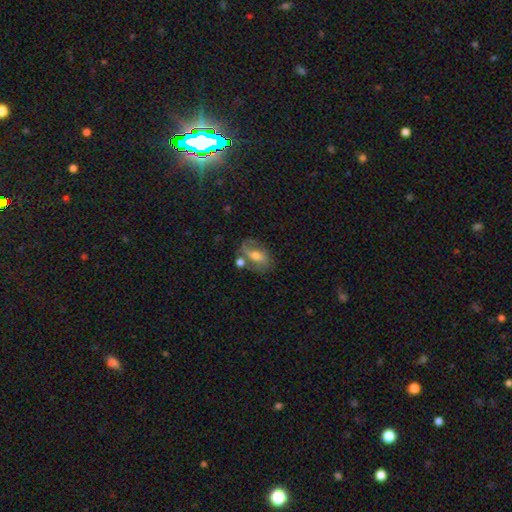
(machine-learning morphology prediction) A featured or disk galaxy (48%).

Vote fractions:
- Smooth or featured? featured or disk: 48% / smooth: 43% / star or artifact: 9%
- Merging? none: 52% / minor disturbance: 20% / merger: 17% / major disturbance: 11%